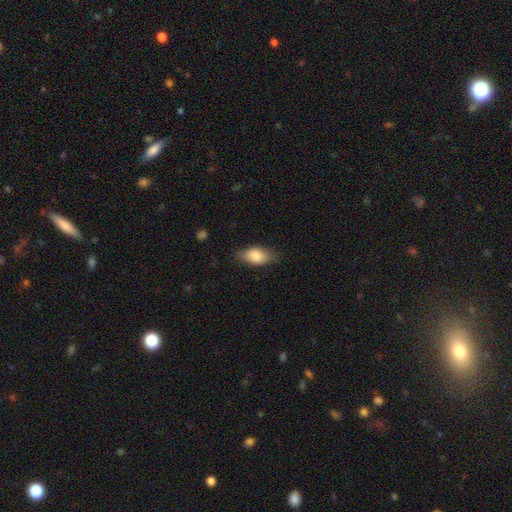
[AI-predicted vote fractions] Smooth or featured? Predicted: smooth (p=0.81). How rounded? Predicted: in between (p=0.89). Merging? Predicted: none (p=0.77).